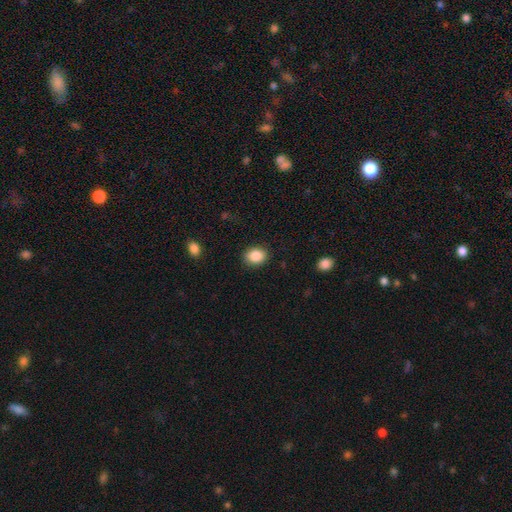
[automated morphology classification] type=smooth (87%); roundness=in between (57%); merging=none (88%).